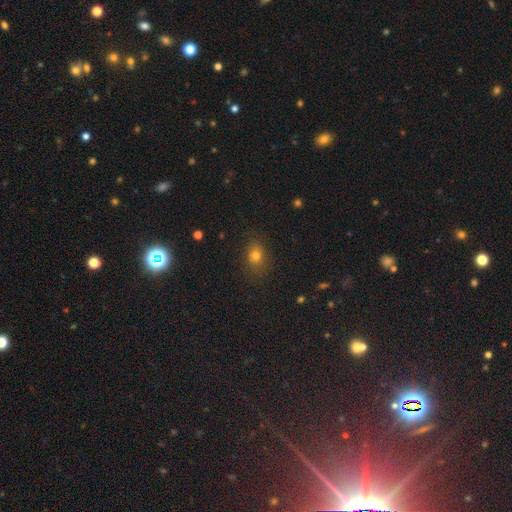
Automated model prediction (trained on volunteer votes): Smooth or featured?
  - smooth: 72% *
  - star or artifact: 19%
  - featured or disk: 10%
How rounded?
  - in between: 57% *
  - round: 41%
  - cigar-shaped: 2%
Merging?
  - none: 78% *
  - minor disturbance: 15%
  - major disturbance: 5%
  - merger: 2%